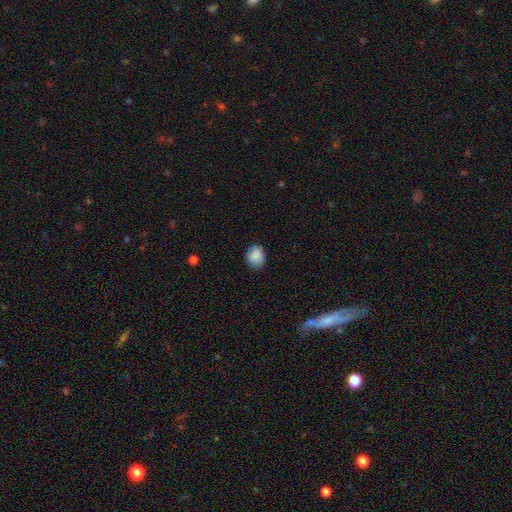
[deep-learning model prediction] Smooth or featured? smooth (88%)
How rounded? round (59%)
Merging? none (79%)